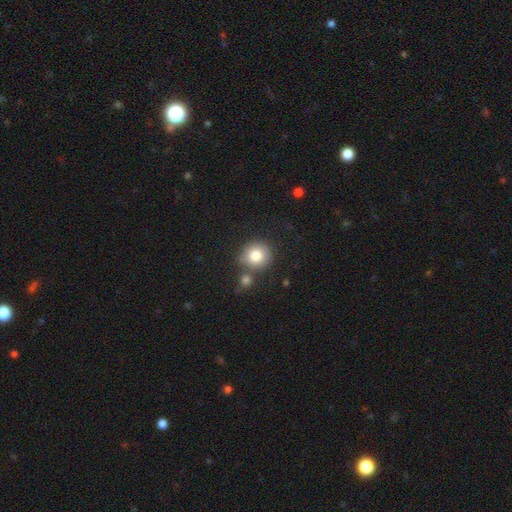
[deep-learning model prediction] Smooth or featured?
  - smooth: 81% *
  - featured or disk: 10%
  - star or artifact: 9%
How rounded?
  - round: 89% *
  - in between: 10%
  - cigar-shaped: 1%
Merging?
  - none: 68% *
  - merger: 17%
  - minor disturbance: 11%
  - major disturbance: 4%